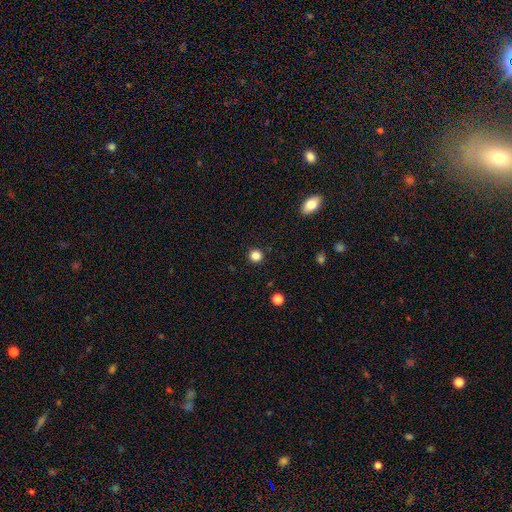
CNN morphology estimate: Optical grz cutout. It shows a smooth galaxy with no disk features (84%) that is round (94%). Merging: none (93%).